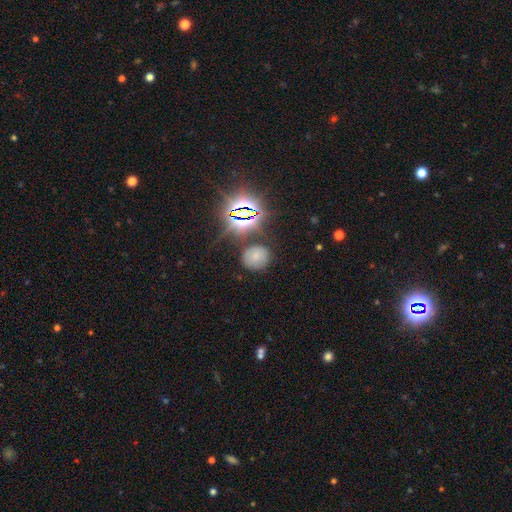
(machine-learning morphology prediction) Smooth or featured?
  - smooth: 59% *
  - star or artifact: 28%
  - featured or disk: 13%
How rounded?
  - round: 67% *
  - in between: 31%
  - cigar-shaped: 1%
Merging?
  - none: 77% *
  - minor disturbance: 14%
  - major disturbance: 5%
  - merger: 4%